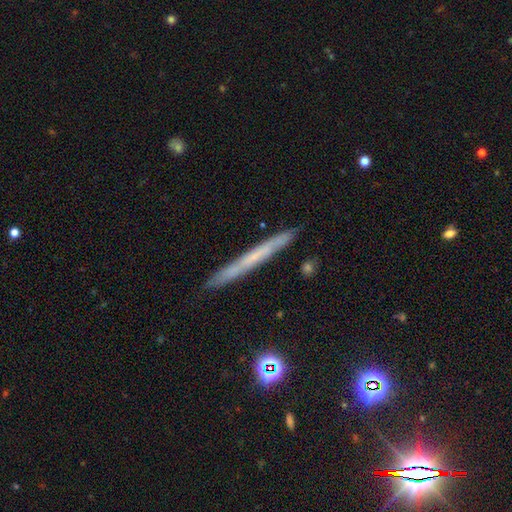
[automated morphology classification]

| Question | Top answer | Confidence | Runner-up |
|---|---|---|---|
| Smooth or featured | featured or disk | 47% | smooth (43%) |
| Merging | none | 88% | minor disturbance (9%) |